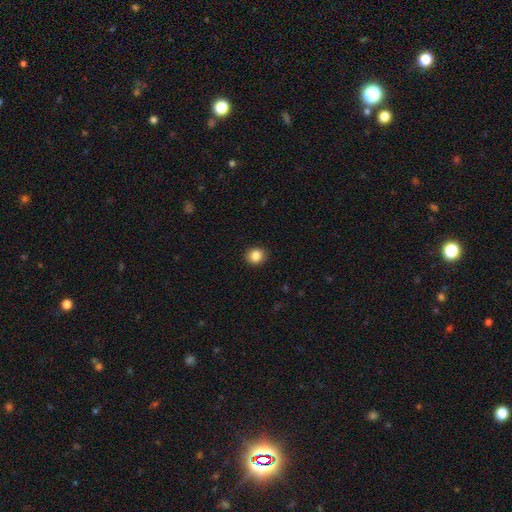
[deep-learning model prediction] This appears to be a smooth galaxy with no disk features (86%) that is round (81%). Merging: none (91%).